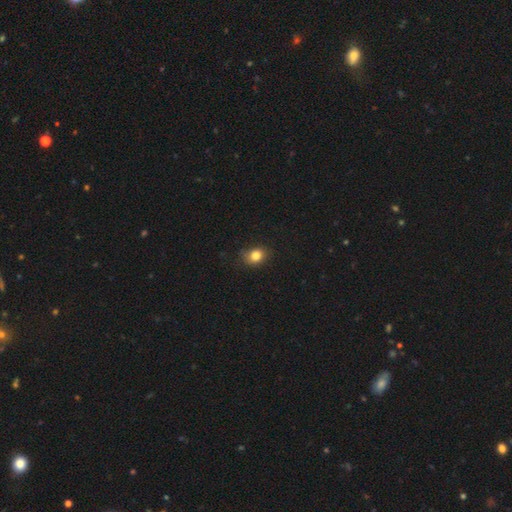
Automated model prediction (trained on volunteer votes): Smooth or featured: smooth — 83% (star or artifact — 11%)
How rounded: round — 52% (in between — 46%)
Merging: none — 78% (minor disturbance — 18%)